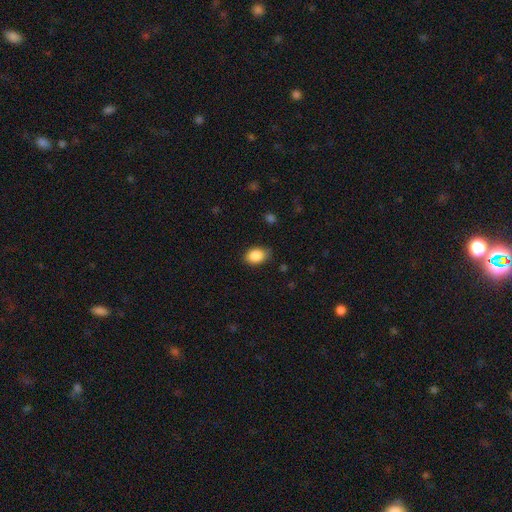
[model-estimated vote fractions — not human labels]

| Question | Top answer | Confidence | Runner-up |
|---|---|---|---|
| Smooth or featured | smooth | 87% | star or artifact (8%) |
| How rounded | in between | 79% | round (19%) |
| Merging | none | 80% | minor disturbance (15%) |